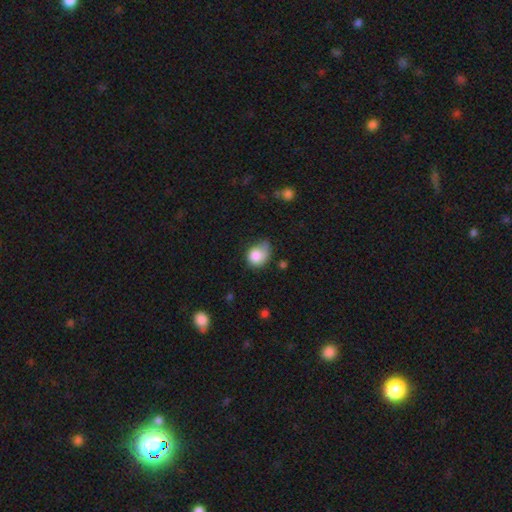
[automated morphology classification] The model was most divided on "merging": minor disturbance: 41%, none: 36%, major disturbance: 18%, merger: 5%. More confident: smooth or featured — smooth (80%); how rounded — round (52%).